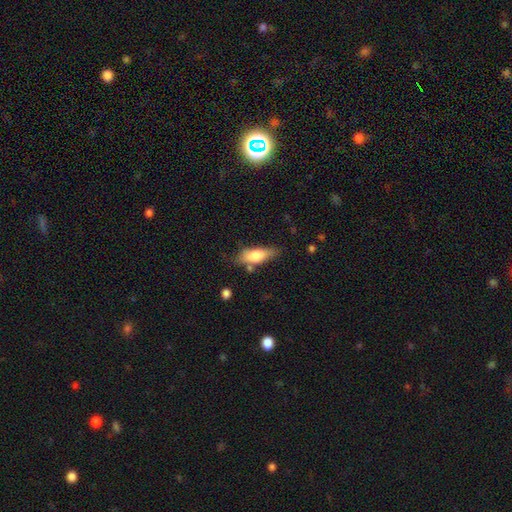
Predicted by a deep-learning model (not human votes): smooth-or-featured: smooth: 69% | featured or disk: 25% | star or artifact: 7%
  how-rounded: in between: 64% | cigar-shaped: 33% | round: 3%
  merging: none: 68% | minor disturbance: 21% | merger: 6% | major disturbance: 5%